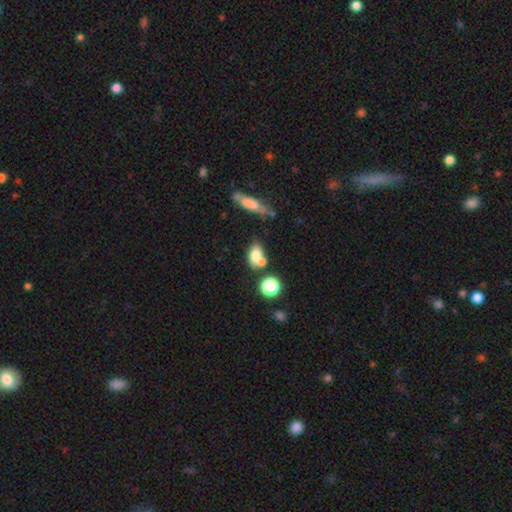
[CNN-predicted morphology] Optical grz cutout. It shows a smooth galaxy with no disk features (71%) that is in between round and cigar-shaped (69%). Merging: merger (42%).